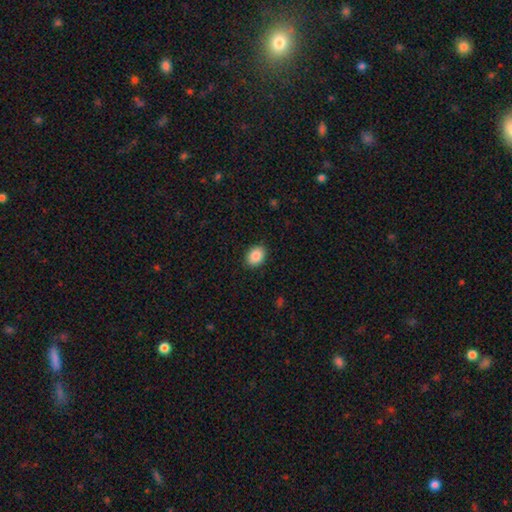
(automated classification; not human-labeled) Overall: smooth (89%). How rounded: in between (69%; round 30%). Merging: none (89%).